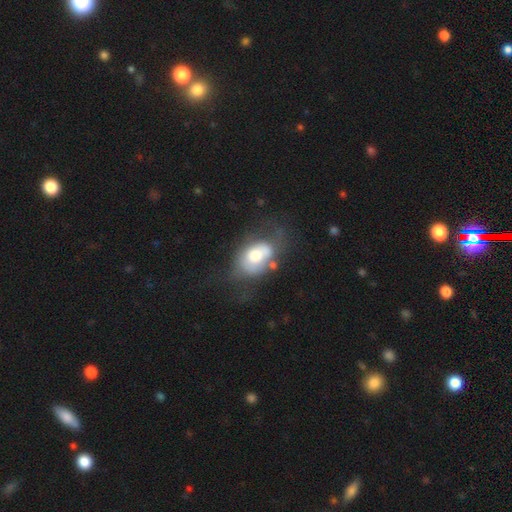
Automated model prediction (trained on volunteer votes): This appears to be a smooth galaxy with no disk features (56%) that is in between round and cigar-shaped (76%). Merging: none (32%).